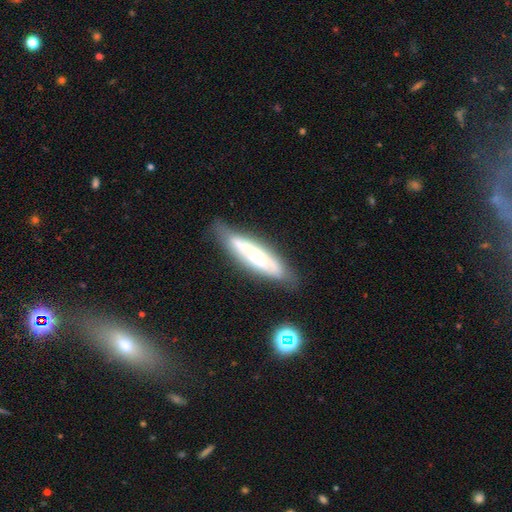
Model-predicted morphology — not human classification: Q: Smooth or featured?
A: featured or disk (54%); runner-up: smooth (39%)
Q: Edge-on disk?
A: no (50%); tied with: yes (50%)
Q: Merging?
A: none (73%); runner-up: minor disturbance (19%)